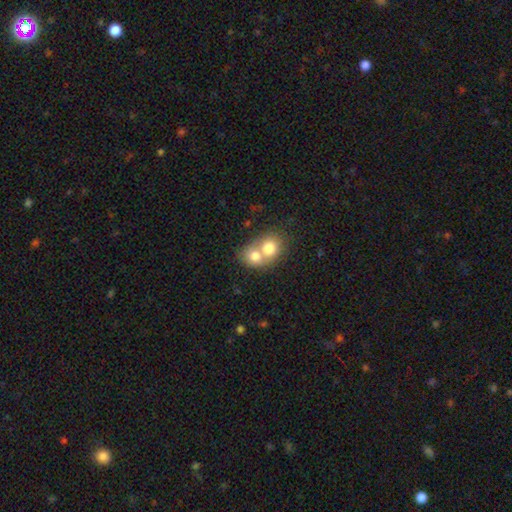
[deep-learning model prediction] Overall: smooth (67%). How rounded: round (70%). Merging: merger (66%).